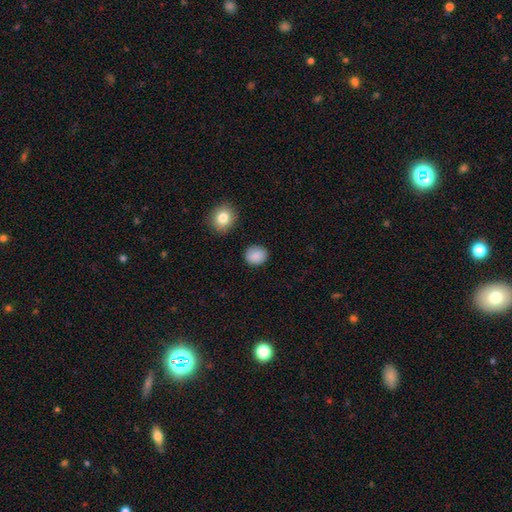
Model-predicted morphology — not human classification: Smooth or featured?
  - smooth: 88% *
  - star or artifact: 8%
  - featured or disk: 4%
How rounded?
  - round: 75% *
  - in between: 24%
  - cigar-shaped: 1%
Merging?
  - none: 86% *
  - minor disturbance: 10%
  - major disturbance: 3%
  - merger: 2%